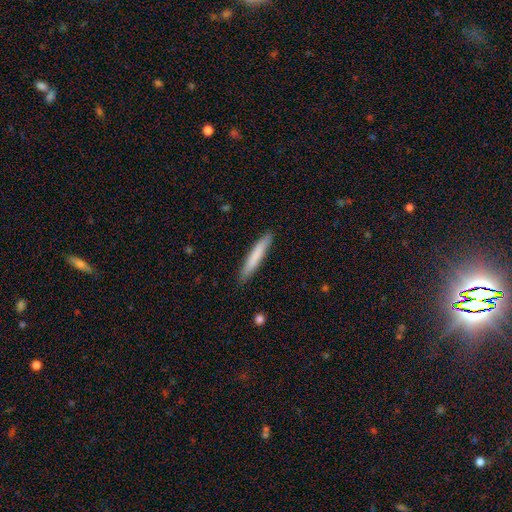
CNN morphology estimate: smooth-or-featured: smooth: 77% | featured or disk: 18% | star or artifact: 6%
  how-rounded: cigar-shaped: 95% | in between: 4% | round: 1%
  merging: none: 89% | minor disturbance: 8% | major disturbance: 2% | merger: 1%